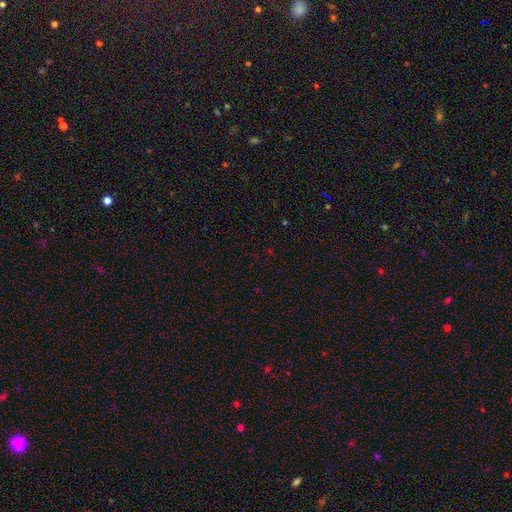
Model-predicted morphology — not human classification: A star or artifact, not a galaxy (68%).